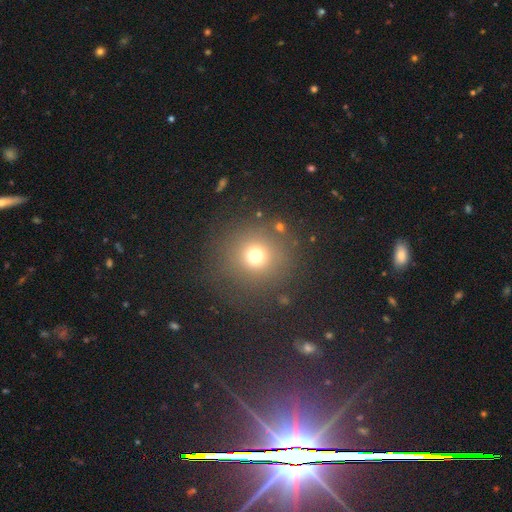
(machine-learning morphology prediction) Q: Smooth or featured?
A: smooth (71%); runner-up: star or artifact (19%)
Q: How rounded?
A: round (93%); runner-up: in between (6%)
Q: Merging?
A: none (83%); runner-up: minor disturbance (8%)